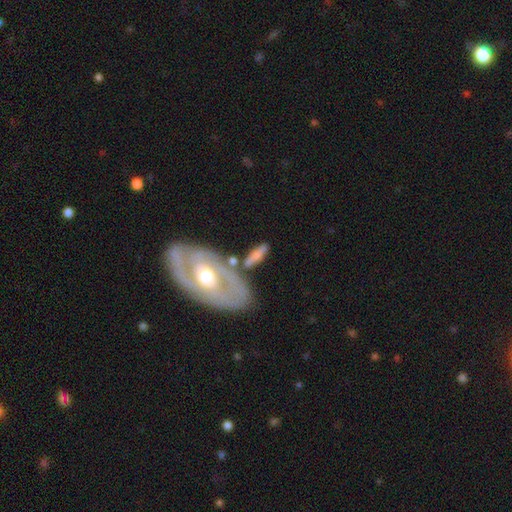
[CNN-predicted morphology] Smooth or featured? smooth (54%)
How rounded? in between (55%)
Merging? none (55%)